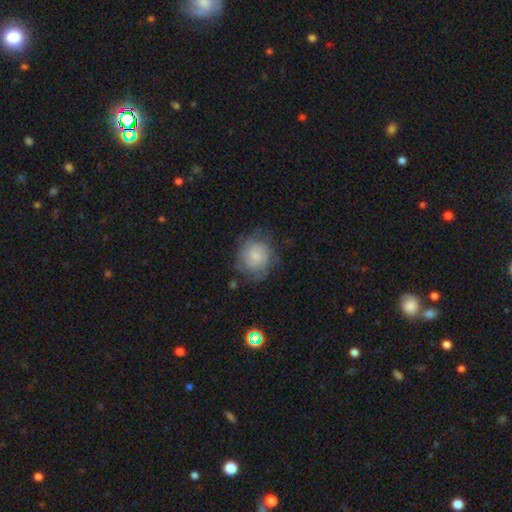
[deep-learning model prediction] A smooth galaxy with no disk features (57%) that is round (79%). Merging: none (63%).